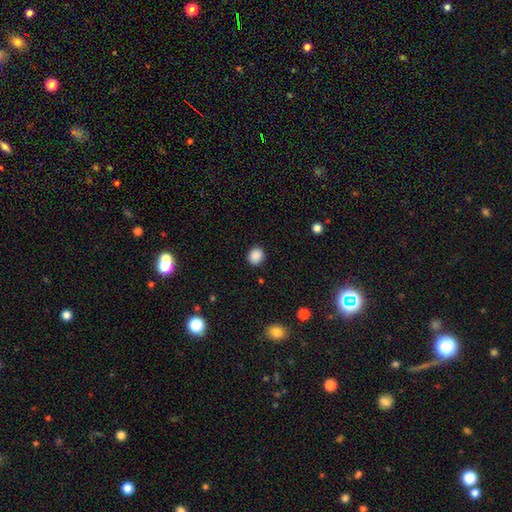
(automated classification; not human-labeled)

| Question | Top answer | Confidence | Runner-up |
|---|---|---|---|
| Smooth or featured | smooth | 88% | star or artifact (9%) |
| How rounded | round | 76% | in between (24%) |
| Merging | none | 89% | minor disturbance (7%) |